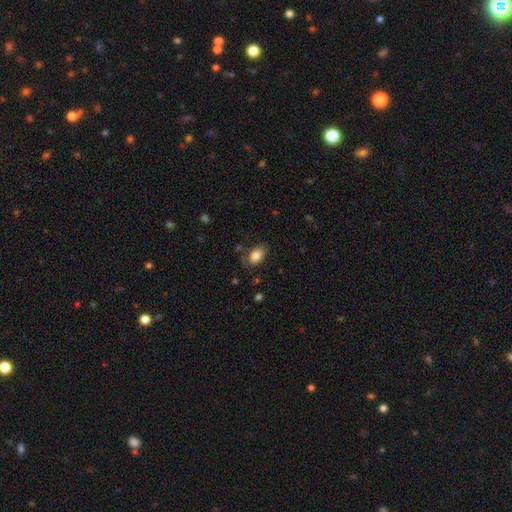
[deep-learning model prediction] Smooth or featured: smooth — 82% (featured or disk — 10%)
How rounded: in between — 85% (round — 14%)
Merging: none — 70% (minor disturbance — 21%)